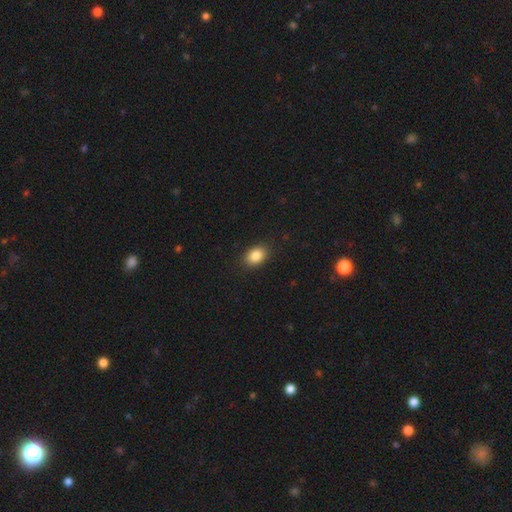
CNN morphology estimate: Overall: smooth (86%). How rounded: in between (76%). Merging: none (88%).